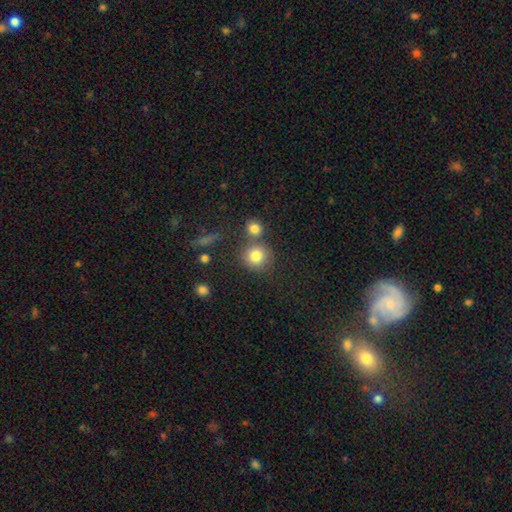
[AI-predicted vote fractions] Smooth or featured? Predicted: smooth (p=0.81). How rounded? Predicted: round (p=0.89). Merging? Predicted: none (p=0.65).